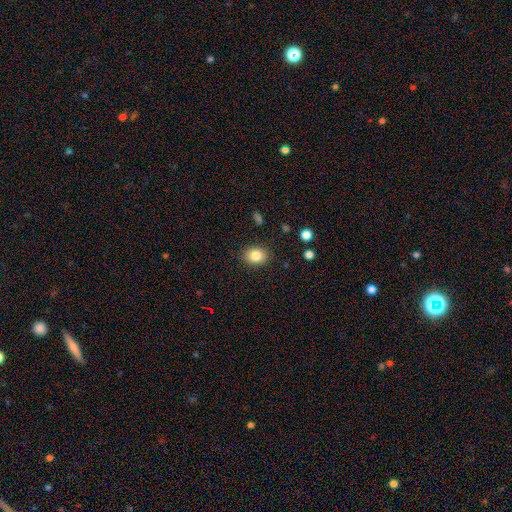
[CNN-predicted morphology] Smooth or featured: smooth — 83% (star or artifact — 10%)
How rounded: in between — 51% (round — 48%)
Merging: none — 88% (minor disturbance — 9%)